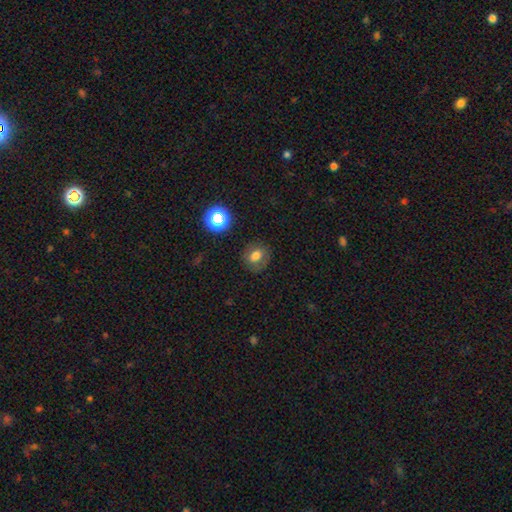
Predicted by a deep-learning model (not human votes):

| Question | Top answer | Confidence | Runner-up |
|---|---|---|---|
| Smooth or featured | smooth | 74% | star or artifact (14%) |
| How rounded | round | 66% | in between (33%) |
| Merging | none | 80% | minor disturbance (13%) |